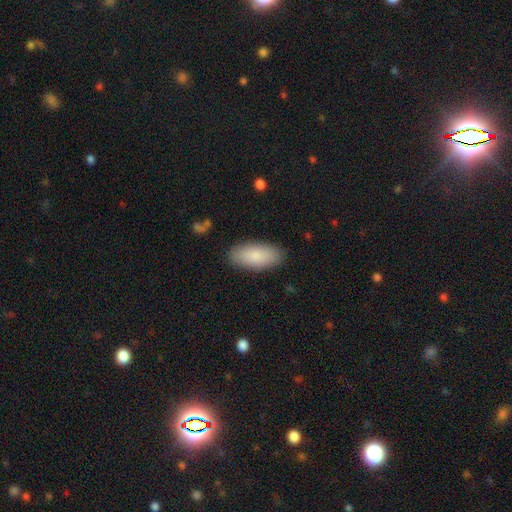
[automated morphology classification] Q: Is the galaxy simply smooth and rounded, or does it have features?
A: smooth — 85%.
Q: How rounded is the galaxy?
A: in between — 89%.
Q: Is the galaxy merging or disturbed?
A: none — 87%.